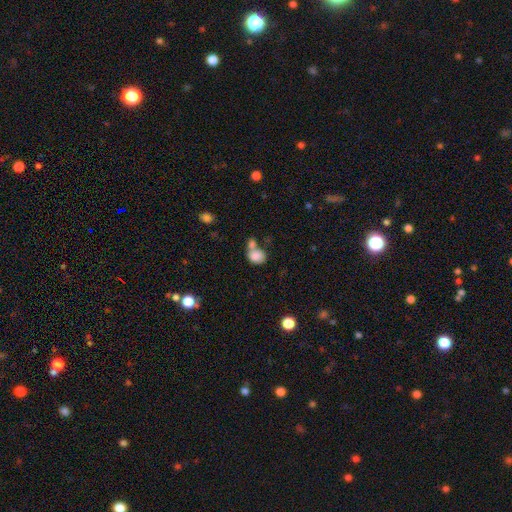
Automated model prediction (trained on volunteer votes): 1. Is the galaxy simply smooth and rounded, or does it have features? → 82% smooth, 9% star or artifact, 9% featured or disk.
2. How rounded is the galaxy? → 54% round, 45% in between, 1% cigar-shaped.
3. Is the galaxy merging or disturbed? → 52% merger, 30% none, 11% minor disturbance, 6% major disturbance.